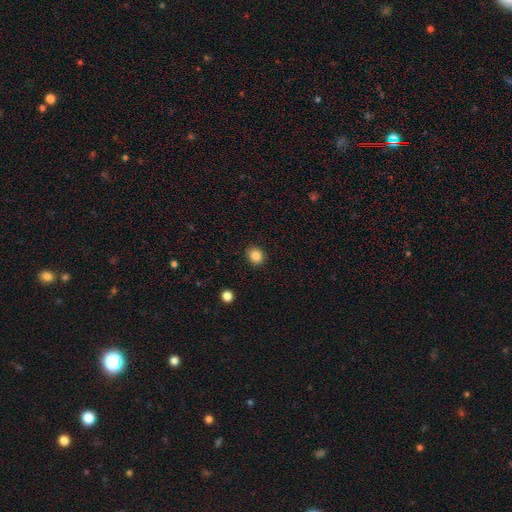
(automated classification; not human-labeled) The model was most divided on "how rounded": round: 77%, in between: 22%, cigar-shaped: 1%. More confident: merging — none (92%); smooth or featured — smooth (84%).